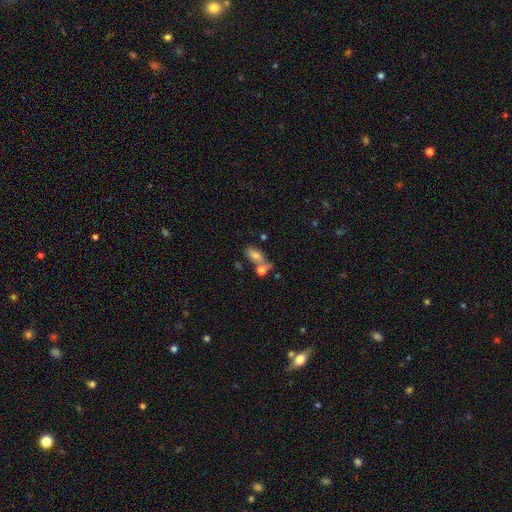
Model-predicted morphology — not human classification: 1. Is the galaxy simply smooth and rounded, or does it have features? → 73% smooth, 16% featured or disk, 11% star or artifact.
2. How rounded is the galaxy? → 85% in between, 8% cigar-shaped, 7% round.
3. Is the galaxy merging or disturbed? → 41% none, 38% merger, 14% minor disturbance, 7% major disturbance.